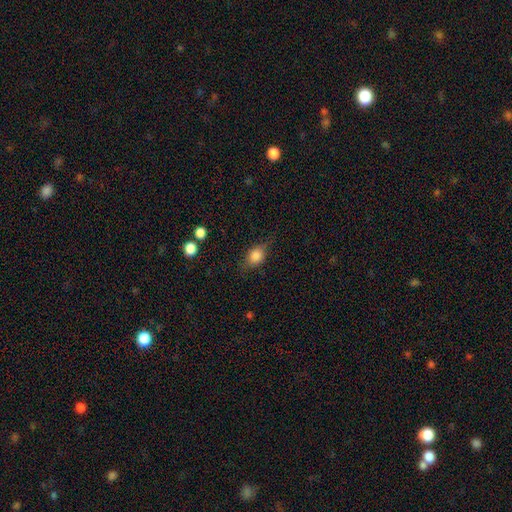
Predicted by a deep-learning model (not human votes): Overall: smooth (76%). How rounded: in between (56%; round 41%). Merging: none (67%).